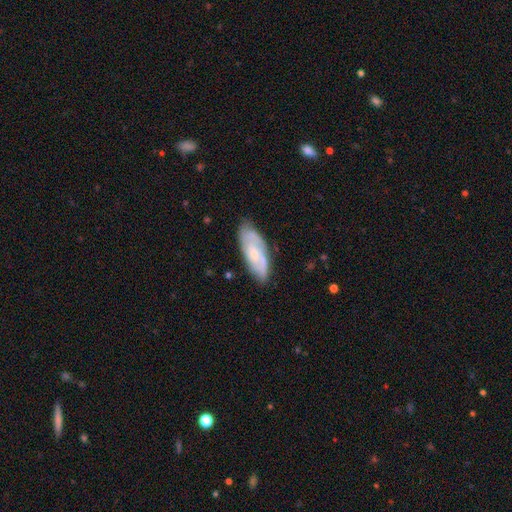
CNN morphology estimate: The model was most divided on "bulge size": small: 57%, moderate: 32%, none: 8%, large: 2%, dominant: 1%. More confident: edge-on disk — no (89%); spiral arms — yes (85%); merging — none (75%); bar — no (65%); smooth or featured — featured or disk (60%).